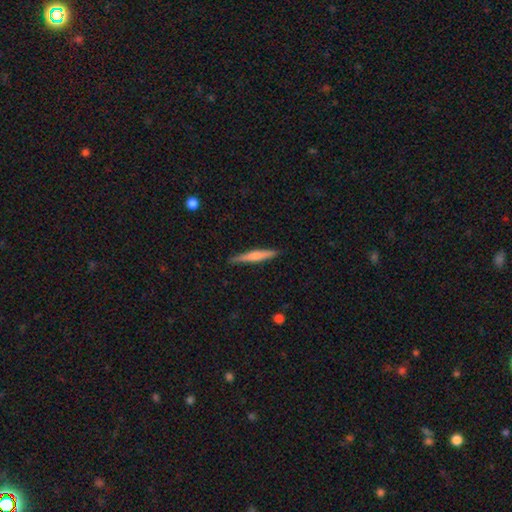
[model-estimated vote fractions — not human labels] Smooth or featured? Predicted: smooth (p=0.57). How rounded? Predicted: cigar-shaped (p=0.93). Merging? Predicted: none (p=0.88).